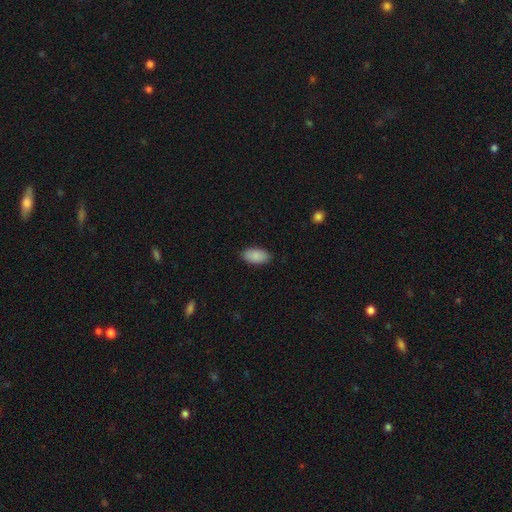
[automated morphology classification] Smooth or featured?
  - smooth: 89% *
  - star or artifact: 7%
  - featured or disk: 4%
How rounded?
  - in between: 94% *
  - cigar-shaped: 3%
  - round: 3%
Merging?
  - none: 88% *
  - minor disturbance: 9%
  - major disturbance: 2%
  - merger: 1%